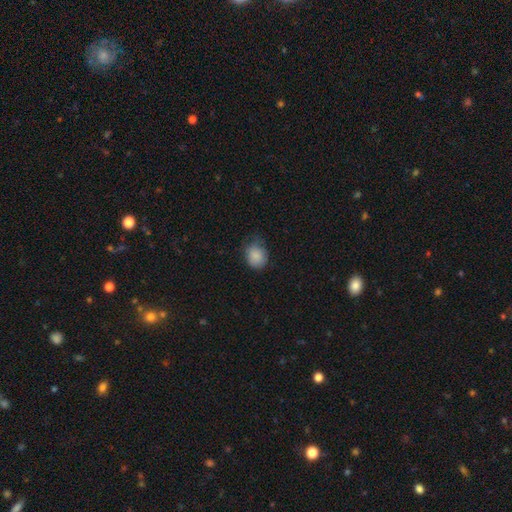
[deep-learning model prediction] Smooth or featured? Predicted: smooth (p=0.86). How rounded? Predicted: round (p=0.59). Merging? Predicted: none (p=0.53).